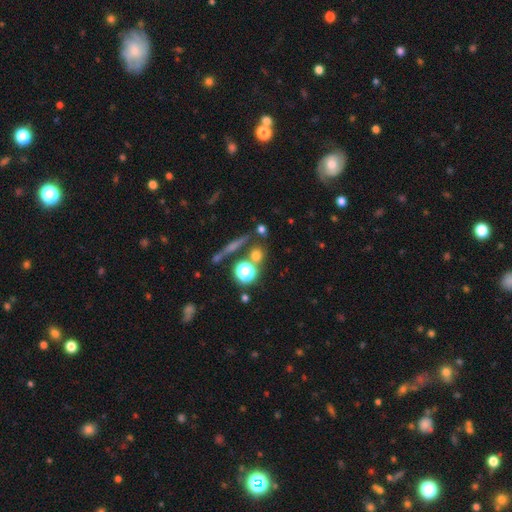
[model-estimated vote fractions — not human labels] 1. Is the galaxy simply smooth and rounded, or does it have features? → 64% smooth, 23% star or artifact, 13% featured or disk.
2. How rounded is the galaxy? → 82% round, 13% in between, 6% cigar-shaped.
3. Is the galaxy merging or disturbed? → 72% none, 15% merger, 9% minor disturbance, 4% major disturbance.